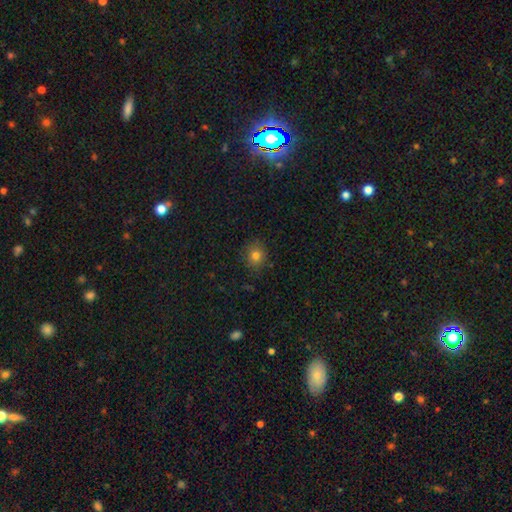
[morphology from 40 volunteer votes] Q: Smooth or featured?
A: smooth (85%); runner-up: star or artifact (10%)
Q: How rounded?
A: round (85%); runner-up: in between (15%)
Q: Merging?
A: none (94%); runner-up: minor disturbance (3%)